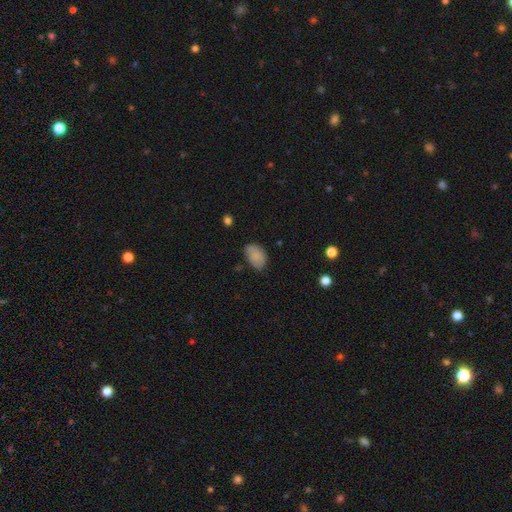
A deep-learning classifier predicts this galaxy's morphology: Smooth or featured? Predicted: smooth (p=0.86). How rounded? Predicted: in between (p=0.89). Merging? Predicted: none (p=0.71).